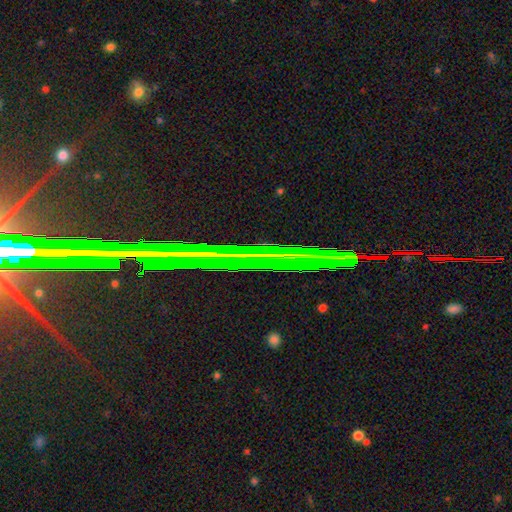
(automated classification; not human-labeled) Smooth or featured?
  - star or artifact: 74% *
  - featured or disk: 17%
  - smooth: 9%